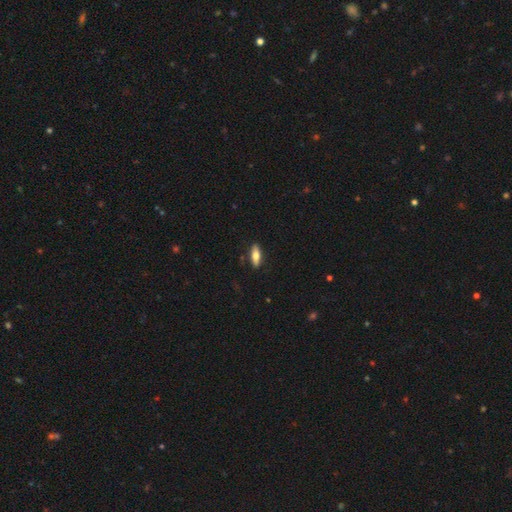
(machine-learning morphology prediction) smooth 65%, featured or disk 29%, star or artifact 6%. Down the decision tree: how rounded — in between (61%); merging — none (87%).